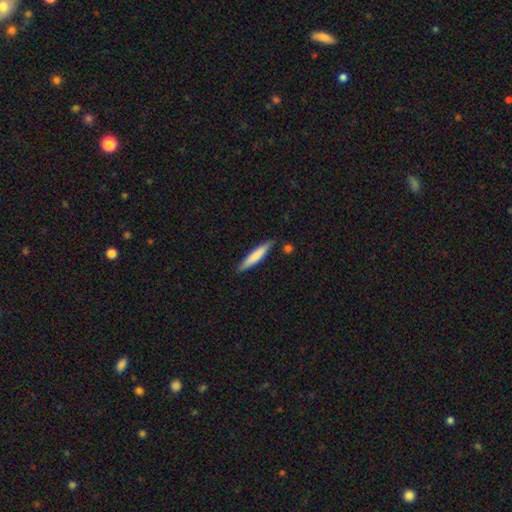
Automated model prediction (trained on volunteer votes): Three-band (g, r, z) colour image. It shows a smooth galaxy with no disk features (73%) that is cigar-shaped (92%). Merging: none (85%).